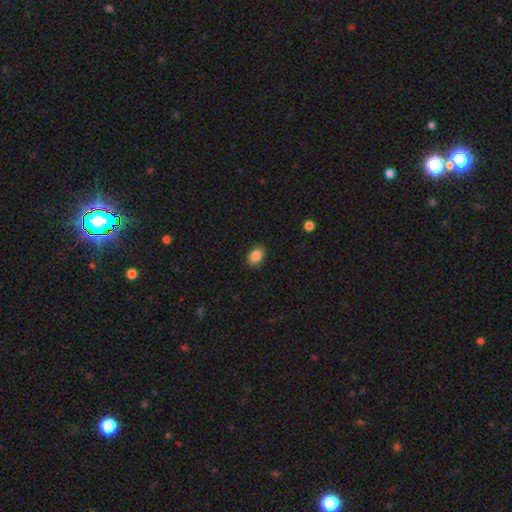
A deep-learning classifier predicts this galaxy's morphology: smooth-or-featured: smooth: 88% | star or artifact: 8% | featured or disk: 4%
  how-rounded: in between: 83% | round: 15% | cigar-shaped: 1%
  merging: none: 87% | minor disturbance: 10% | major disturbance: 2% | merger: 1%